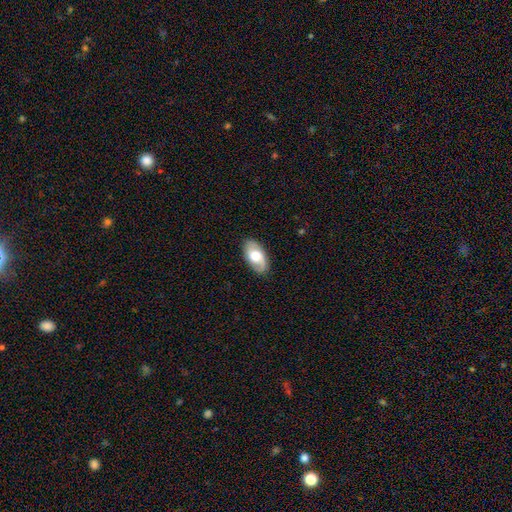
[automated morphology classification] This appears to be a smooth galaxy with no disk features (49%). Merging: none (84%).